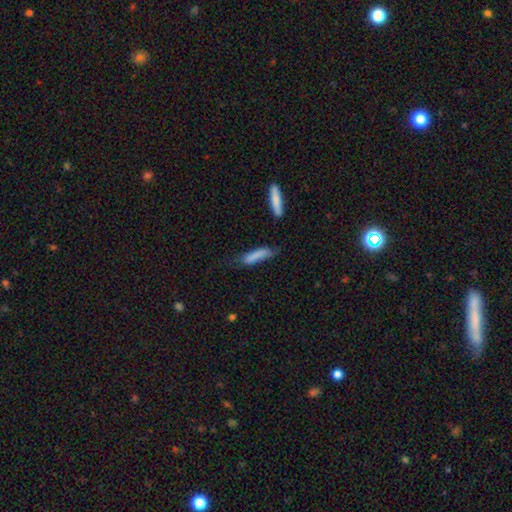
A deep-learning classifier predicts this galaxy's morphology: This is likely a smooth galaxy (79%). How rounded: likely cigar-shaped (79%). Merging: possibly none (53%).